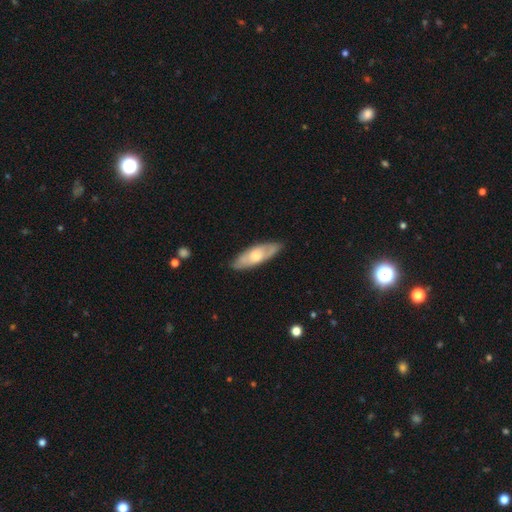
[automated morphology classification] smooth_or_featured: smooth (p=0.52) [alt: featured or disk p=0.43]
how_rounded: in between (p=0.61) [alt: cigar-shaped p=0.37]
merging: none (p=0.81) [alt: minor disturbance p=0.15]